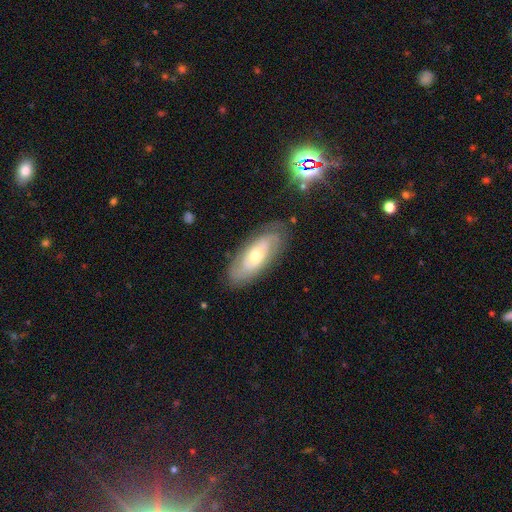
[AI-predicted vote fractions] A featured or disk galaxy (64%) with no bar (72%), spiral arms (70%) and a moderate central bulge (59%).

Vote fractions:
- Smooth or featured? featured or disk: 64% / smooth: 29% / star or artifact: 7%
- Edge-on disk? no: 85% / yes: 15%
- Bar? no: 72% / weak: 22% / strong: 7%
- Spiral arms? yes: 70% / no: 30%
- Bulge size? moderate: 59% / small: 35% / large: 4% / none: 1% / dominant: 1%
- Merging? none: 78% / minor disturbance: 16% / major disturbance: 5% / merger: 2%